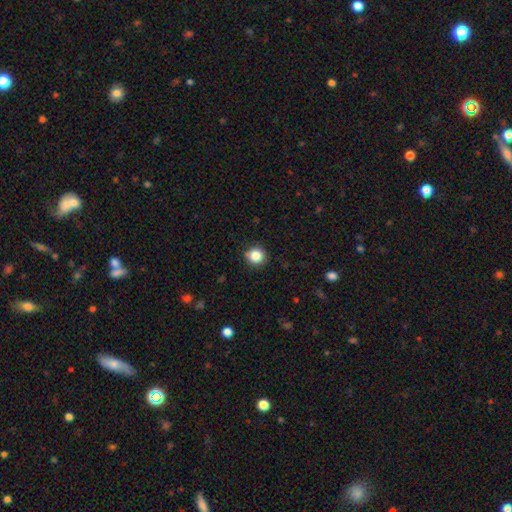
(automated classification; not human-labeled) Morphology: type=smooth (85%); roundness=round (92%); merging=none (88%).